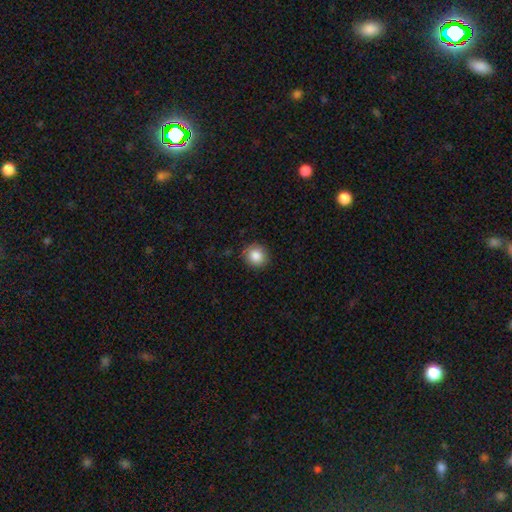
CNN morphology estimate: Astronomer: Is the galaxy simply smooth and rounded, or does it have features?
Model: smooth — 85%.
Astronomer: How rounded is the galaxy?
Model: round — 91%.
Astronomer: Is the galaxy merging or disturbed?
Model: none — 89%.